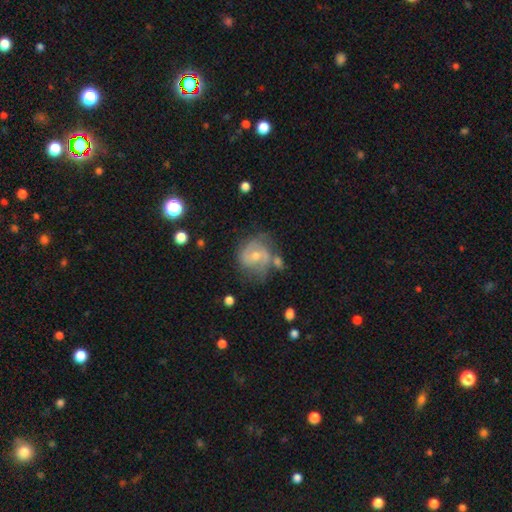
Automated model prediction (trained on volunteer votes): Overall: featured or disk (66%; smooth 26%). Edge-on disk: no (97%). Bar: no (48%; weak 43%). Spiral arms: yes (83%). Spiral arm count: 2 (68%). Spiral winding: medium (47%; tight 33%). Bulge size: moderate (54%; small 40%). Merging: none (49%; minor disturbance 23%).